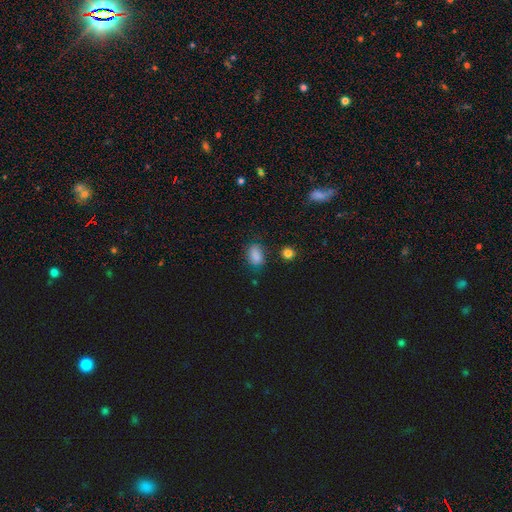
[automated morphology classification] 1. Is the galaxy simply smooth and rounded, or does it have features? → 82% smooth, 12% star or artifact, 7% featured or disk.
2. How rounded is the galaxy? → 80% in between, 18% round, 2% cigar-shaped.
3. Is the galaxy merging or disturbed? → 69% none, 22% minor disturbance, 6% major disturbance, 3% merger.